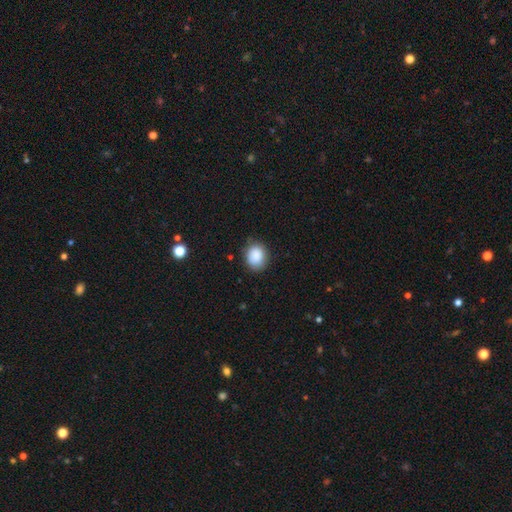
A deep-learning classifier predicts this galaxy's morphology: The model was most divided on "how rounded": round: 59%, in between: 40%, cigar-shaped: 1%. More confident: smooth or featured — smooth (88%); merging — none (80%).